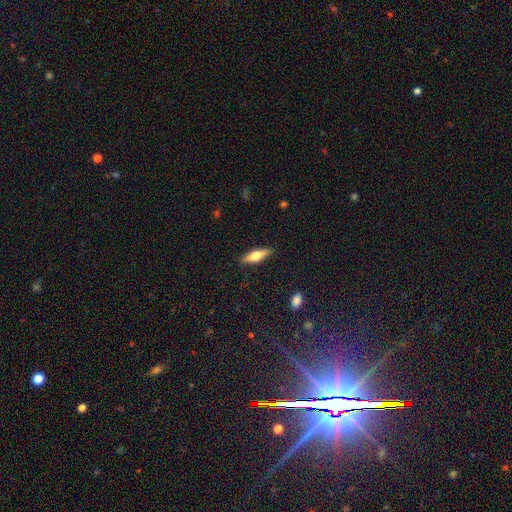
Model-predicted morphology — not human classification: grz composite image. It shows a smooth galaxy with no disk features (49%). Merging: none (88%).